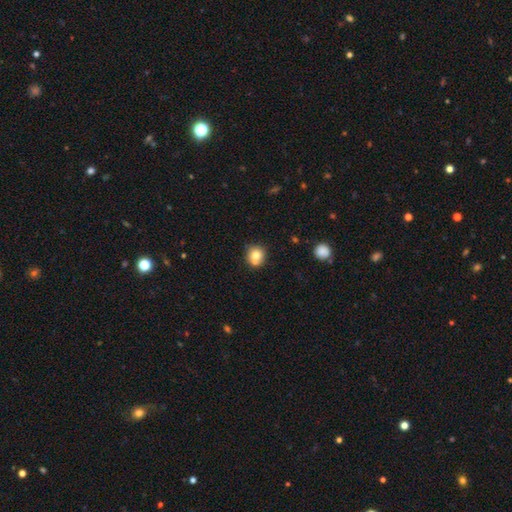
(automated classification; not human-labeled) Morphology: type=smooth (78%); roundness=round (87%); merging=none (65%).